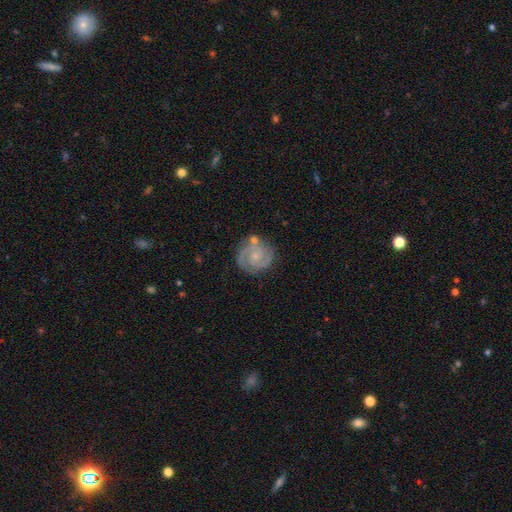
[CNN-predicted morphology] Smooth or featured? Predicted: featured or disk (p=0.86). Edge-on disk? Predicted: no (p=0.98). Bar? Predicted: no (p=0.69). Spiral arms? Predicted: yes (p=0.97). Spiral winding? Predicted: tight (p=0.65). Spiral arm count? Predicted: 2 (p=0.76). Bulge size? Predicted: small (p=0.71). Merging? Predicted: none (p=0.75).